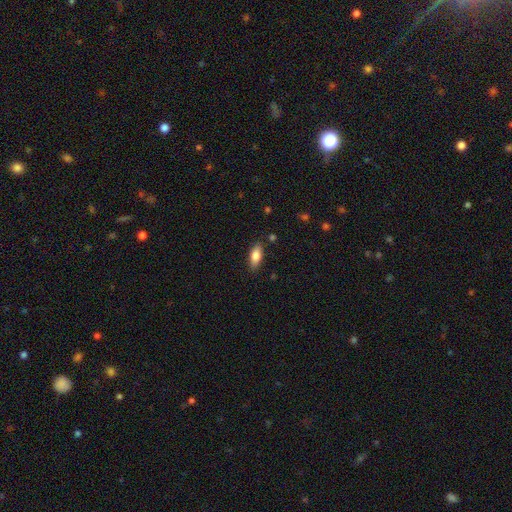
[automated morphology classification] smooth_or_featured: smooth (p=0.77) [alt: featured or disk p=0.16]
how_rounded: in between (p=0.79) [alt: cigar-shaped p=0.18]
merging: none (p=0.84) [alt: minor disturbance p=0.12]